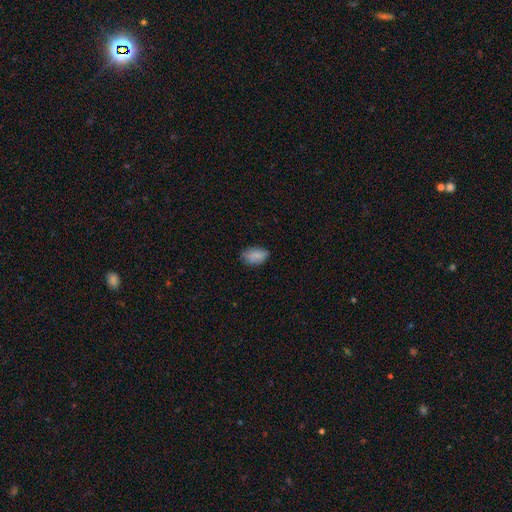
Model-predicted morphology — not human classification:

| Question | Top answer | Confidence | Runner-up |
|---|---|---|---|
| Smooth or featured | smooth | 84% | star or artifact (8%) |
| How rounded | in between | 90% | round (8%) |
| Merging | none | 71% | minor disturbance (23%) |